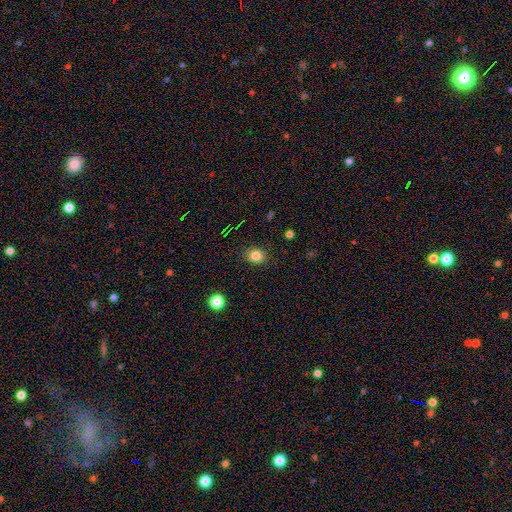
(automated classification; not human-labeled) Q: Smooth or featured?
A: smooth (82%); runner-up: star or artifact (12%)
Q: How rounded?
A: round (65%); runner-up: in between (35%)
Q: Merging?
A: none (88%); runner-up: minor disturbance (9%)